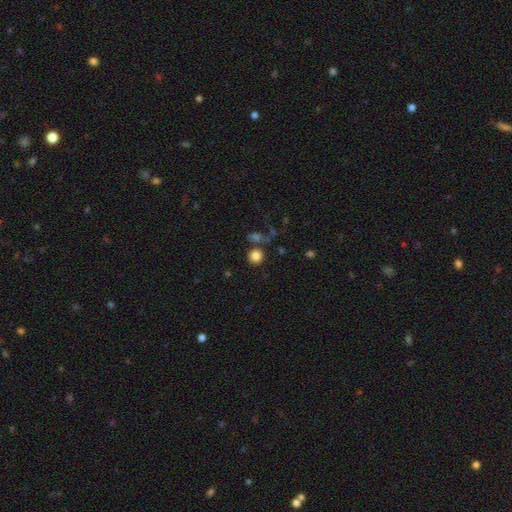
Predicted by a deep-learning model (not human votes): Overall: smooth (84%). How rounded: round (92%). Merging: none (78%).